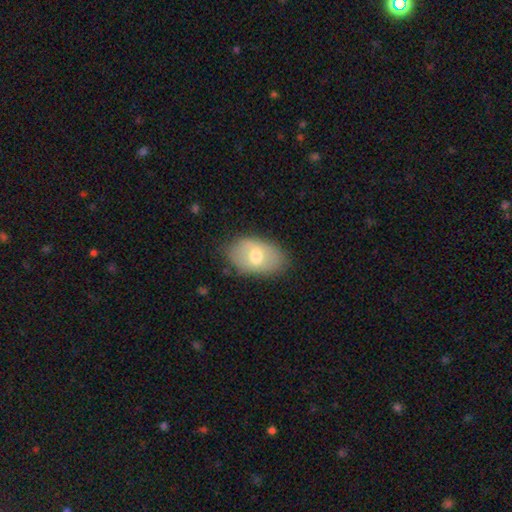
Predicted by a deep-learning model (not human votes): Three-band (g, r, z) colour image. It shows a smooth galaxy with no disk features (65%) that is in between round and cigar-shaped (90%). Merging: none (79%).